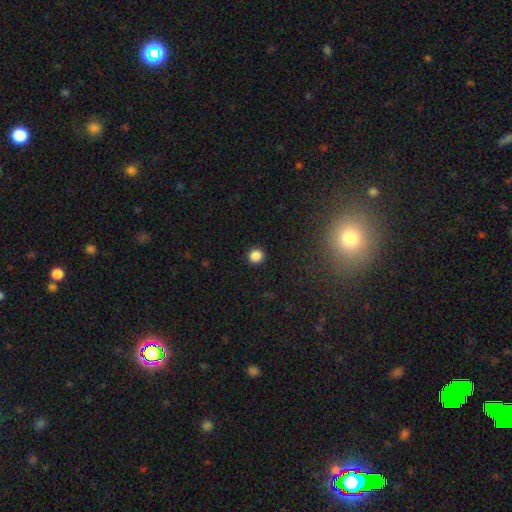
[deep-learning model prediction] This appears to be a smooth galaxy with no disk features (85%) that is round (93%). Merging: none (92%).